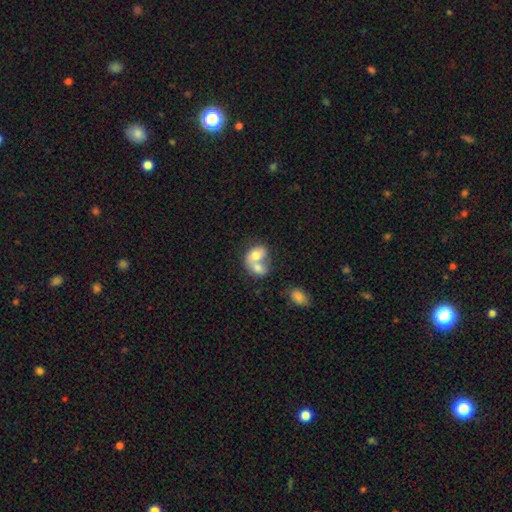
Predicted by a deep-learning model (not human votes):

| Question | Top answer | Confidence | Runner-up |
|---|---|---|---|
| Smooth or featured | smooth | 67% | featured or disk (26%) |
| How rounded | in between | 66% | round (33%) |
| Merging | merger | 79% | none (12%) |